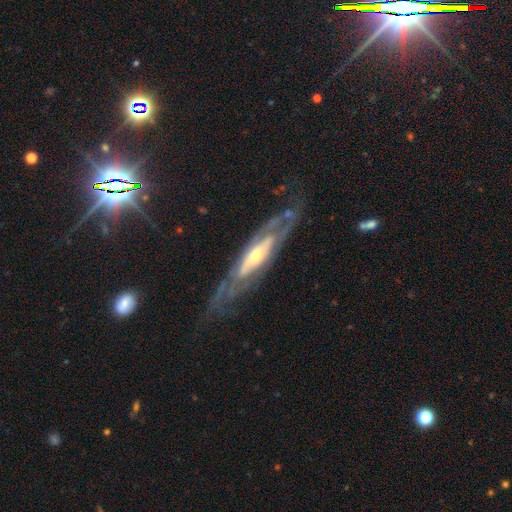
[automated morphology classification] This appears to be a featured or disk galaxy (83%) with no bar (47%), spiral arms (82%) and a small central bulge (47%). Merging: none (72%).